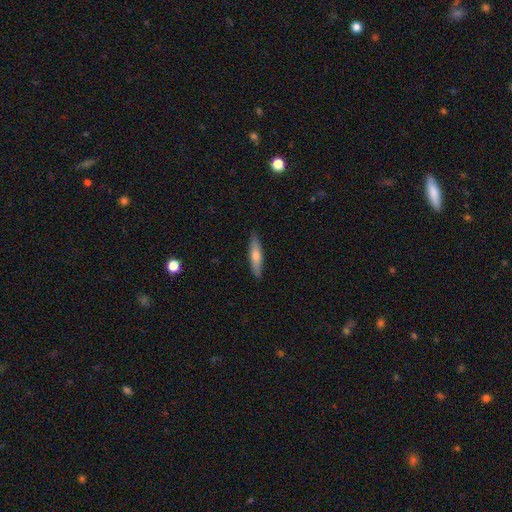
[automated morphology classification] A smooth galaxy with no disk features (58%) that is cigar-shaped (82%). Merging: none (89%).